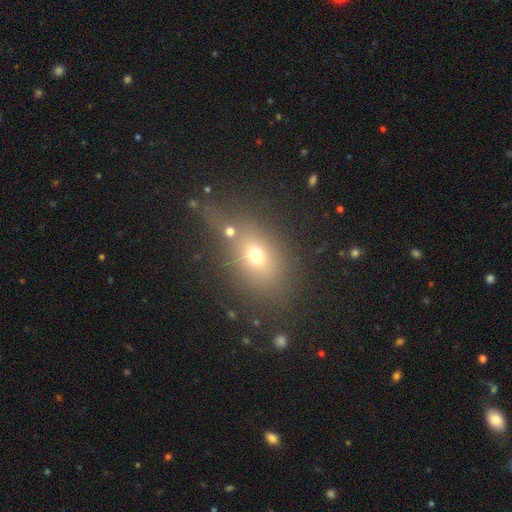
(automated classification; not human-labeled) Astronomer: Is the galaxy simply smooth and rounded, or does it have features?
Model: smooth — 66%.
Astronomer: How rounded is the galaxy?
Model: in between — 62%.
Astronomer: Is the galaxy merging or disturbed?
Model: none — 58%.